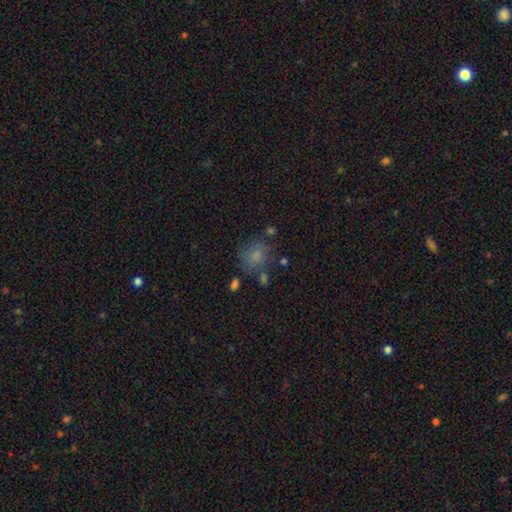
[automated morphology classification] smooth-or-featured: smooth: 73% | featured or disk: 14% | star or artifact: 13%
  how-rounded: round: 67% | in between: 31% | cigar-shaped: 1%
  merging: none: 59% | minor disturbance: 20% | major disturbance: 10% | merger: 10%